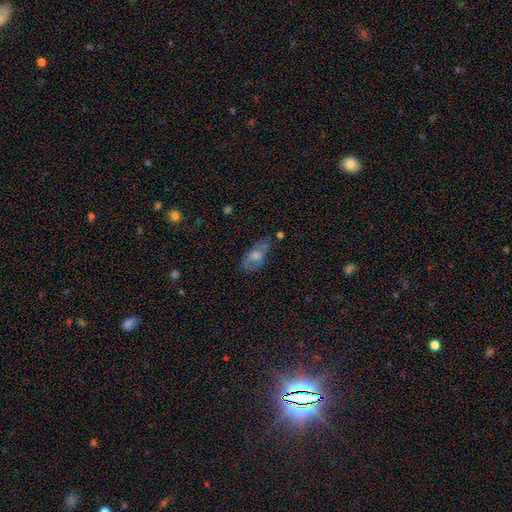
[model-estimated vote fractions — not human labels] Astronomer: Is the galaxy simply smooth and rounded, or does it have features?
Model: smooth — 46% (runner-up: featured or disk, 42%).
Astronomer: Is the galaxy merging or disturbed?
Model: none — 67%.